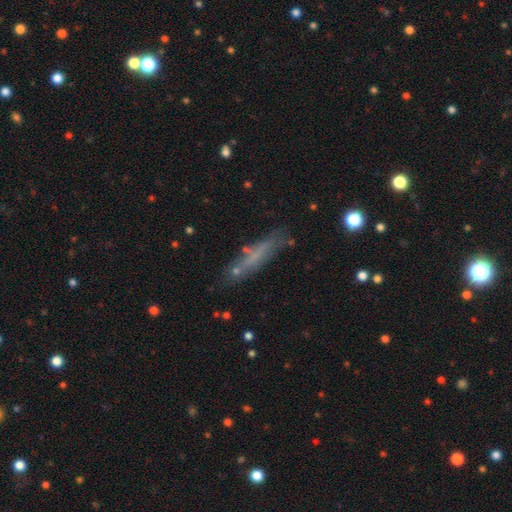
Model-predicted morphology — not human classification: This is possibly a smooth galaxy (52%). How rounded: clearly cigar-shaped (83%). Merging: likely none (68%).